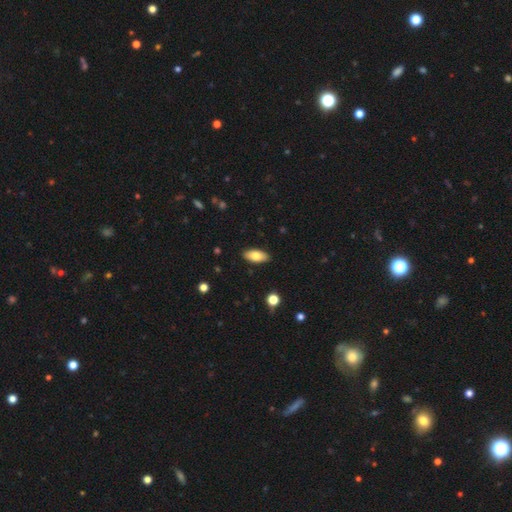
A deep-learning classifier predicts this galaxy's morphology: Smooth or featured? Predicted: smooth (p=0.78). How rounded? Predicted: in between (p=0.90). Merging? Predicted: none (p=0.89).